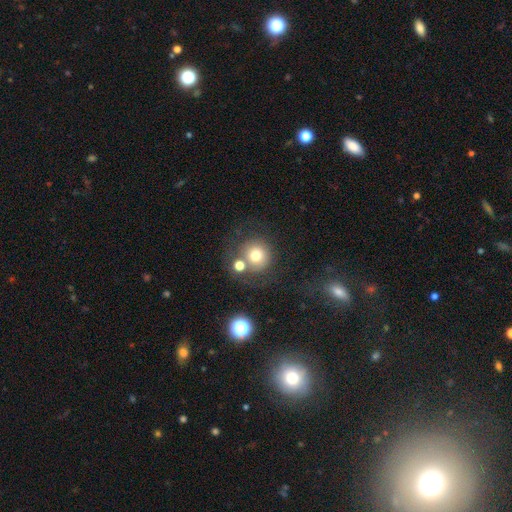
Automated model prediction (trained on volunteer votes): Smooth or featured? smooth (73%)
How rounded? round (91%)
Merging? none (59%)